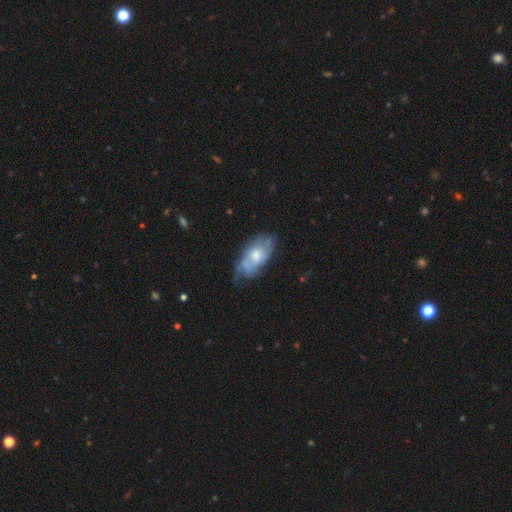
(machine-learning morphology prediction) Smooth or featured? featured or disk (60%)
Edge-on disk? no (91%)
Bar? no (73%)
Spiral arms? yes (71%)
Bulge size? moderate (55%)
Merging? none (48%)